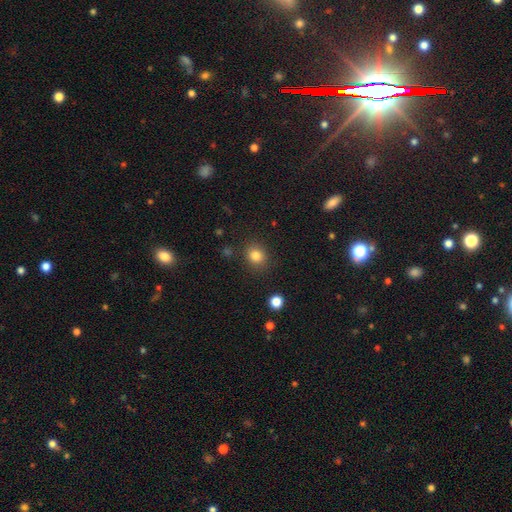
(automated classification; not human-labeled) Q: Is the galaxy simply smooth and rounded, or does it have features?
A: smooth — 82%.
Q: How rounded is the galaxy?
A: round — 77%.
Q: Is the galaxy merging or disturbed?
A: none — 87%.